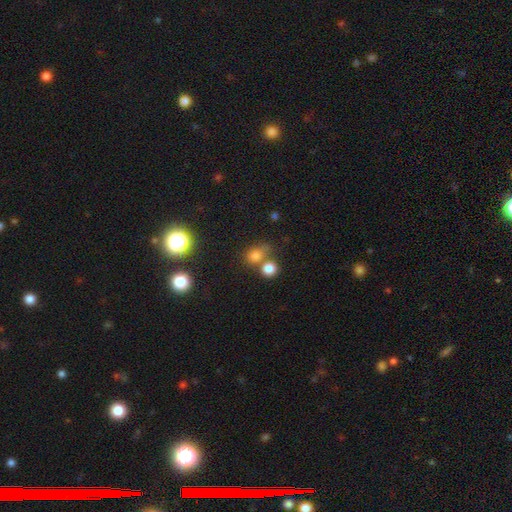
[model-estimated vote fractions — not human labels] Overall: smooth (75%). How rounded: round (66%; in between 33%). Merging: none (50%; merger 32%).